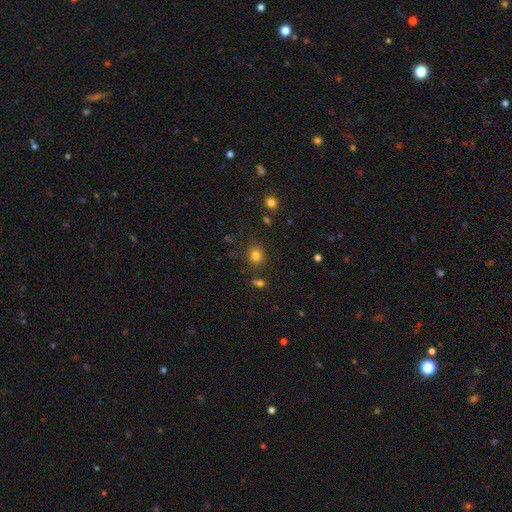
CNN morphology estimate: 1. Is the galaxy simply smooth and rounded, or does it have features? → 81% smooth, 14% star or artifact, 6% featured or disk.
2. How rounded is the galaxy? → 77% round, 22% in between, 1% cigar-shaped.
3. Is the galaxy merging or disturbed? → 82% none, 10% minor disturbance, 5% merger, 3% major disturbance.